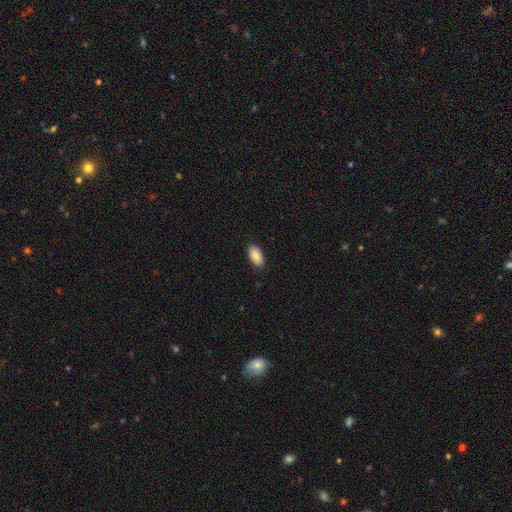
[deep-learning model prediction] Overall: smooth (88%). How rounded: in between (94%). Merging: none (87%).